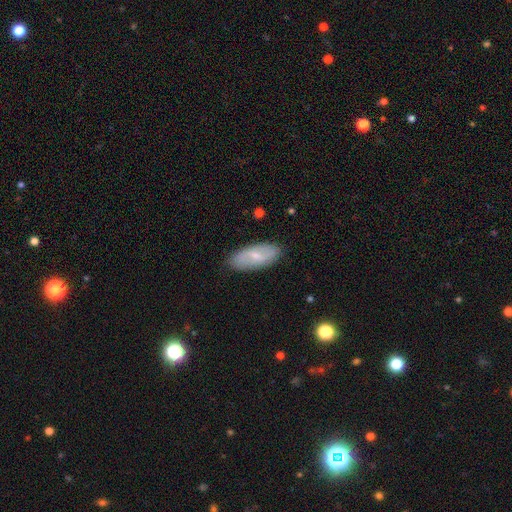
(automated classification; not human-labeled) Q: Smooth or featured?
A: smooth (52%); runner-up: featured or disk (41%)
Q: How rounded?
A: in between (84%); runner-up: cigar-shaped (13%)
Q: Merging?
A: none (86%); runner-up: minor disturbance (11%)